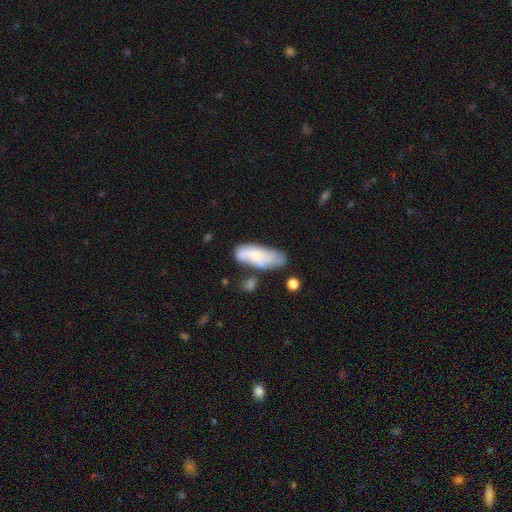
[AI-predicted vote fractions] This appears to be a smooth galaxy with no disk features (55%) that is in between round and cigar-shaped (77%). Merging: none (41%).